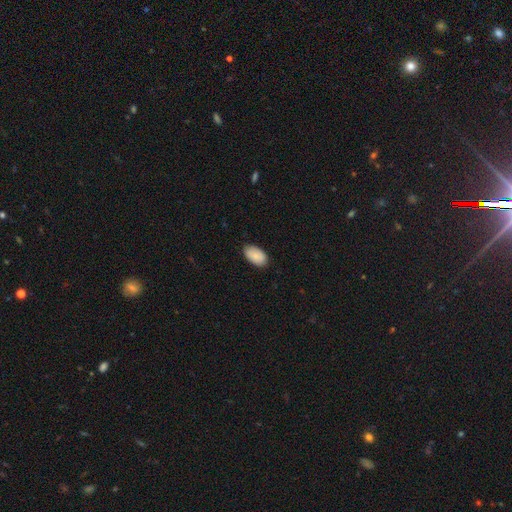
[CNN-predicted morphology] smooth-or-featured: smooth: 88% | star or artifact: 6% | featured or disk: 6%
  how-rounded: in between: 95% | round: 4% | cigar-shaped: 1%
  merging: none: 84% | minor disturbance: 13% | major disturbance: 2% | merger: 1%